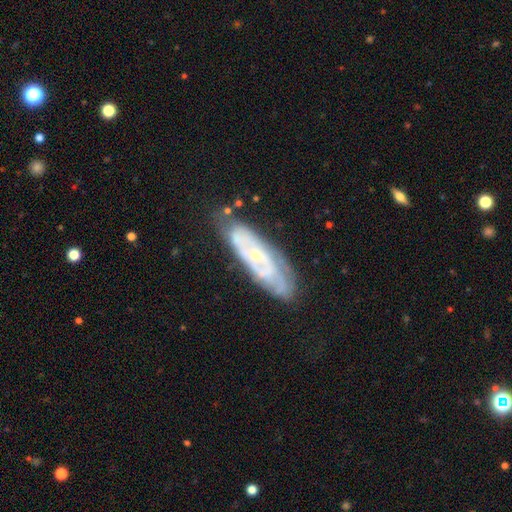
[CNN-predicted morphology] Smooth or featured? featured or disk (80%)
Edge-on disk? no (82%)
Bar? no (68%)
Spiral arms? yes (87%)
Spiral winding? tight (67%)
Spiral arm count? can't tell (46%)
Bulge size? small (70%)
Merging? none (75%)